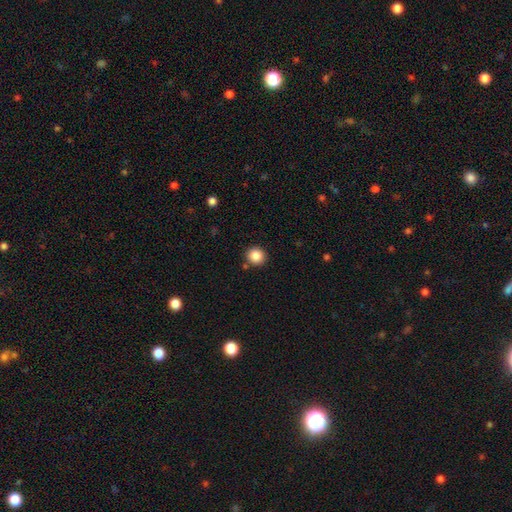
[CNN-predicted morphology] Smooth or featured? Predicted: smooth (p=0.87). How rounded? Predicted: round (p=0.92). Merging? Predicted: none (p=0.88).